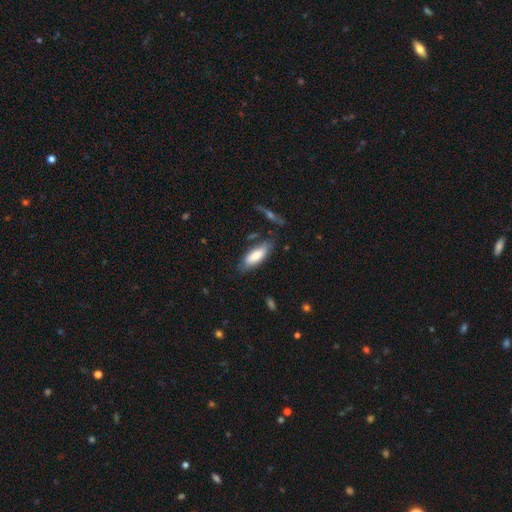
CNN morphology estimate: A smooth galaxy with no disk features (79%) that is in between round and cigar-shaped (64%).

Vote fractions:
- Smooth or featured? smooth: 79% / featured or disk: 14% / star or artifact: 6%
- How rounded? in between: 64% / cigar-shaped: 35% / round: 2%
- Merging? none: 73% / minor disturbance: 19% / major disturbance: 5% / merger: 4%